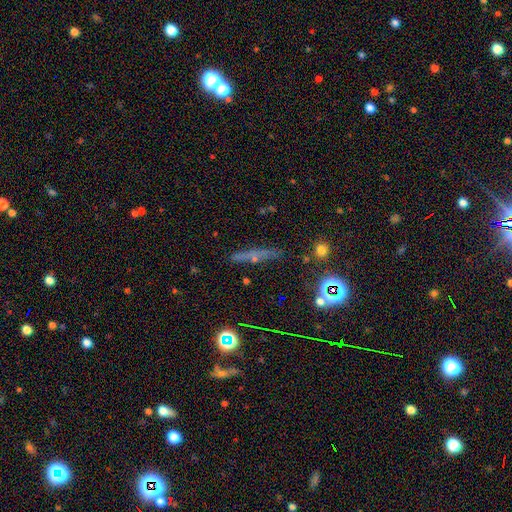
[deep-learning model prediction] Overall: star or artifact (41%; featured or disk 30%).